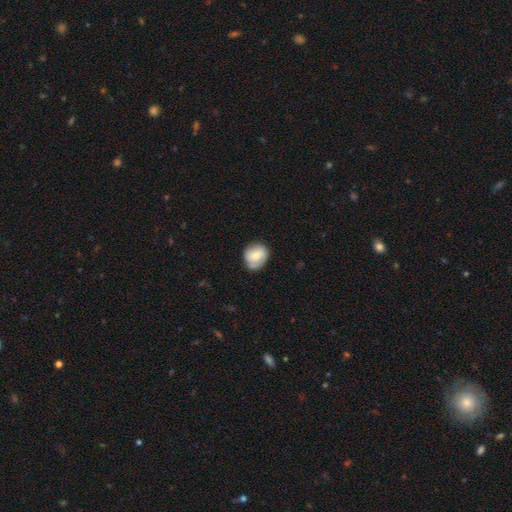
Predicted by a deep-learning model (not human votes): smooth-or-featured: smooth: 66% | featured or disk: 27% | star or artifact: 7%
  how-rounded: round: 68% | in between: 32% | cigar-shaped: 1%
  merging: none: 67% | minor disturbance: 25% | major disturbance: 5% | merger: 3%